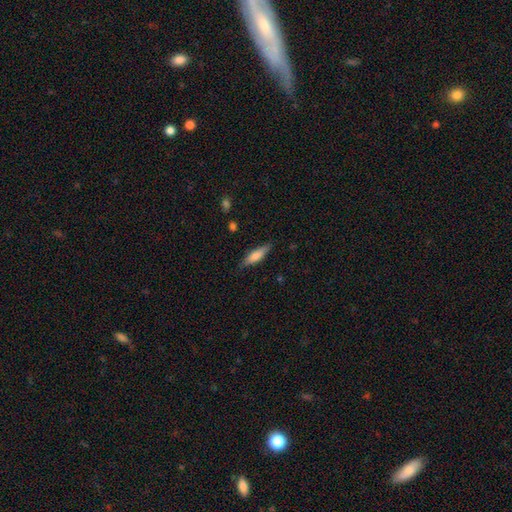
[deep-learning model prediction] smooth_or_featured: smooth (p=0.69) [alt: featured or disk p=0.25]
how_rounded: cigar-shaped (p=0.68) [alt: in between p=0.30]
merging: none (p=0.84) [alt: minor disturbance p=0.13]